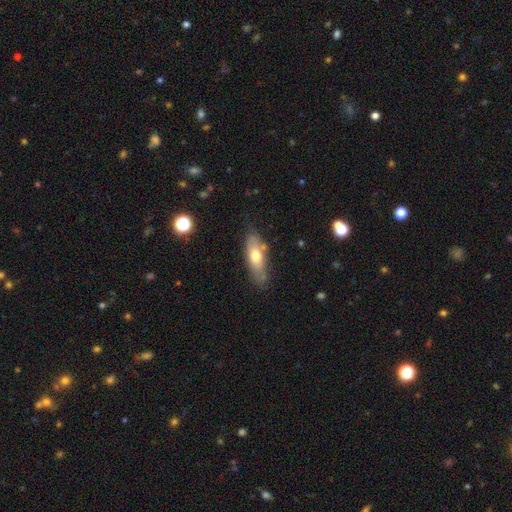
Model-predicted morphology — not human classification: smooth_or_featured: smooth (p=0.60) [alt: featured or disk p=0.33]
how_rounded: in between (p=0.66) [alt: cigar-shaped p=0.31]
merging: none (p=0.70) [alt: minor disturbance p=0.21]